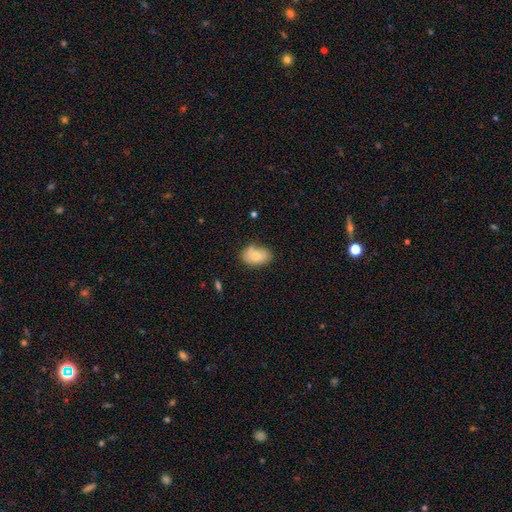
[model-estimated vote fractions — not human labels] Q: Smooth or featured?
A: smooth (76%); runner-up: featured or disk (16%)
Q: How rounded?
A: in between (85%); runner-up: round (14%)
Q: Merging?
A: none (65%); runner-up: minor disturbance (24%)